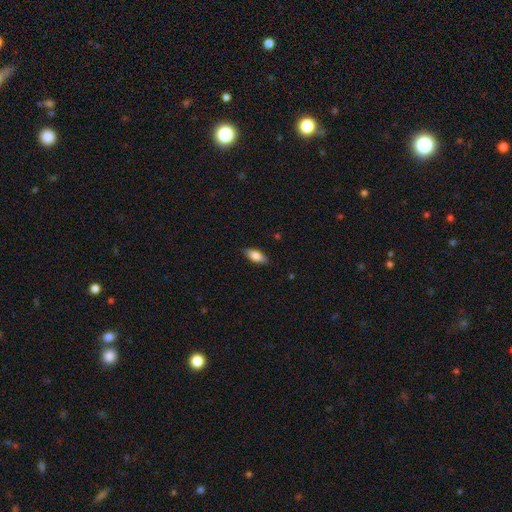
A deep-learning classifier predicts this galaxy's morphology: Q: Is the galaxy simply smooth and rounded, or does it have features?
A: smooth — 79%.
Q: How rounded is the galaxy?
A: in between — 84%.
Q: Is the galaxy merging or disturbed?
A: none — 87%.